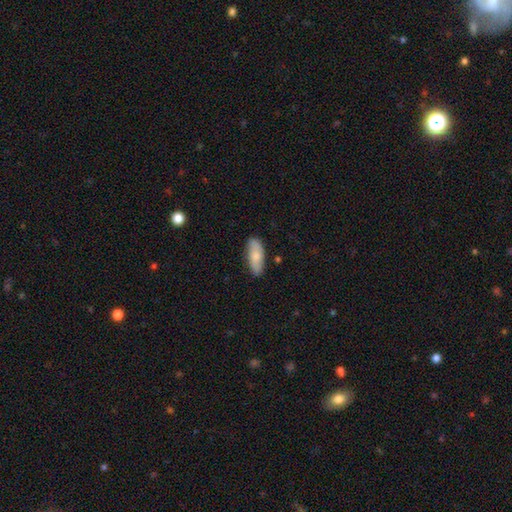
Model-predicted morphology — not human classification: smooth 75%, featured or disk 19%, star or artifact 6%. Down the decision tree: how rounded — in between (77%); merging — none (82%).